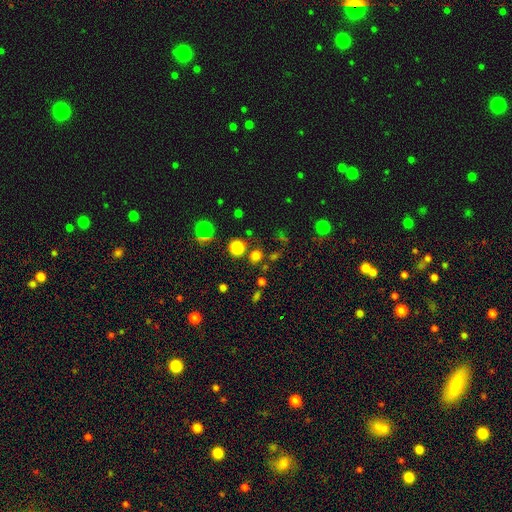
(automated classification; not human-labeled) smooth-or-featured: smooth: 70% | star or artifact: 24% | featured or disk: 5%
  how-rounded: round: 84% | in between: 15% | cigar-shaped: 1%
  merging: none: 76% | merger: 12% | minor disturbance: 8% | major disturbance: 4%